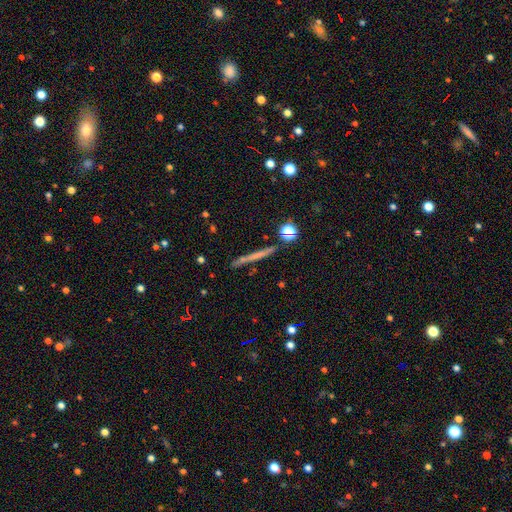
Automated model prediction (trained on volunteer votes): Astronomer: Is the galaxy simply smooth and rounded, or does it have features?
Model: smooth — 51% (runner-up: featured or disk, 41%).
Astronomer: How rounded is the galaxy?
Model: cigar-shaped — 94%.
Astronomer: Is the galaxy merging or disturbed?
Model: none — 88%.